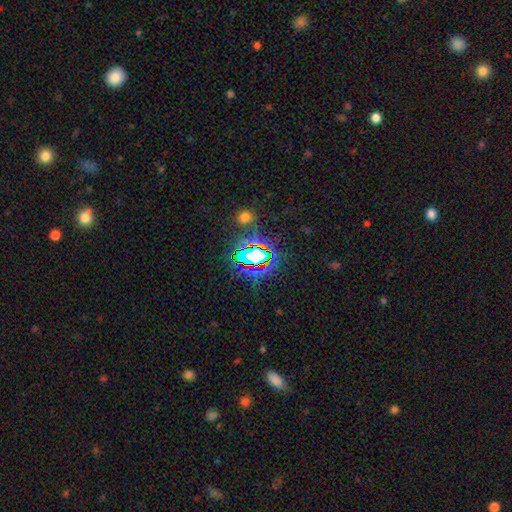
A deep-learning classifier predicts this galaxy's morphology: Q: Smooth or featured?
A: star or artifact (70%); runner-up: smooth (18%)